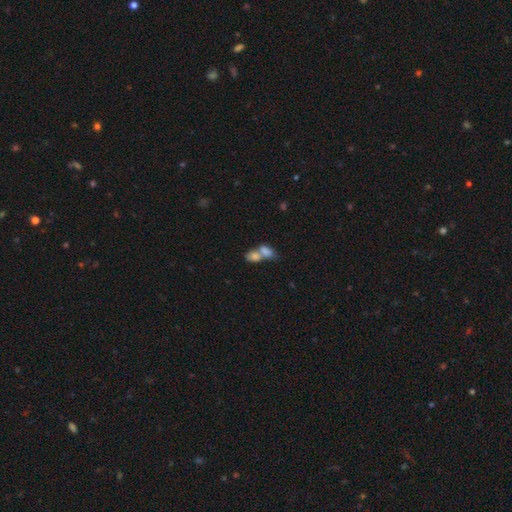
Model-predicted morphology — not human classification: The model was most divided on "merging": merger: 70%, none: 20%, minor disturbance: 6%, major disturbance: 4%. More confident: how rounded — in between (79%); smooth or featured — smooth (74%).